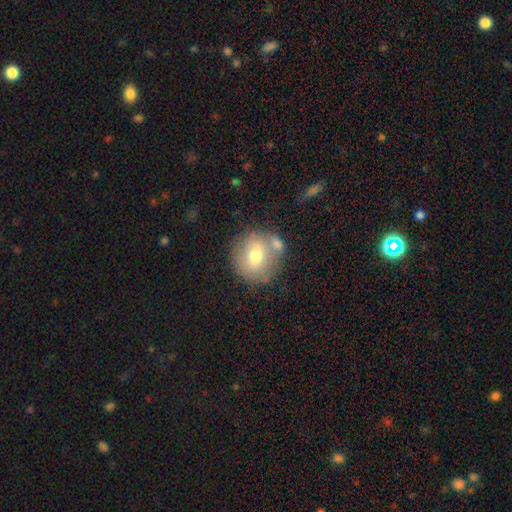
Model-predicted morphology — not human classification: A smooth galaxy with no disk features (63%) that is round (86%).

Vote fractions:
- Smooth or featured? smooth: 63% / featured or disk: 28% / star or artifact: 8%
- How rounded? round: 86% / in between: 13% / cigar-shaped: 1%
- Merging? none: 62% / merger: 20% / minor disturbance: 14% / major disturbance: 5%